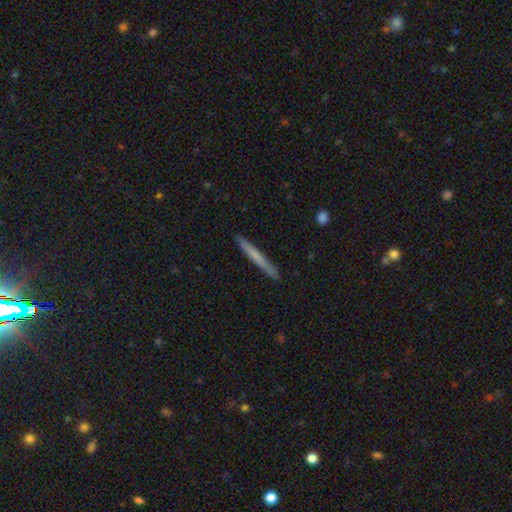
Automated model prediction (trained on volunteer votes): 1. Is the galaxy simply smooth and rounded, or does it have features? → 60% smooth, 35% featured or disk, 5% star or artifact.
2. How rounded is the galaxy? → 97% cigar-shaped, 2% in between, 1% round.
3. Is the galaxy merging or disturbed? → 91% none, 7% minor disturbance, 1% major disturbance, 1% merger.